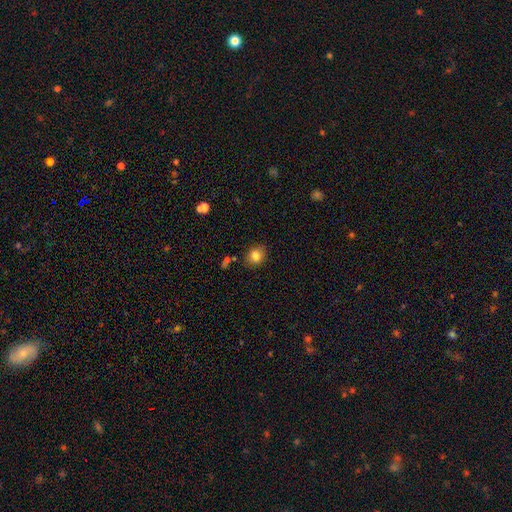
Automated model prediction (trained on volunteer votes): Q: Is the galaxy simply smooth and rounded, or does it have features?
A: smooth — 82%.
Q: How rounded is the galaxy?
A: round — 63%.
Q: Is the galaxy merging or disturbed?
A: none — 84%.